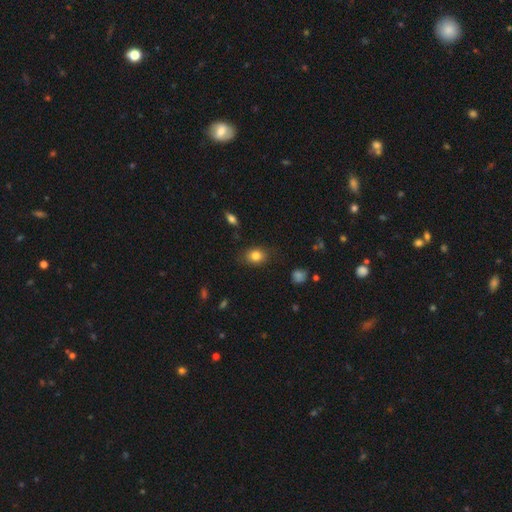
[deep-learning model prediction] Morphology: type=smooth (82%); roundness=in between (64%); merging=none (80%).